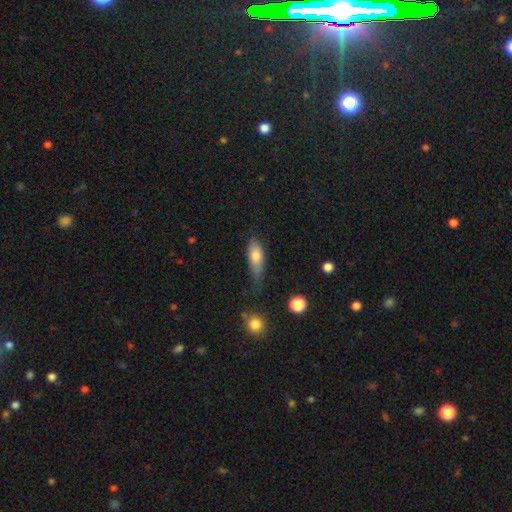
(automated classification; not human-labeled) smooth 76%, featured or disk 16%, star or artifact 8%. Down the decision tree: how rounded — in between (68%); merging — none (48%).